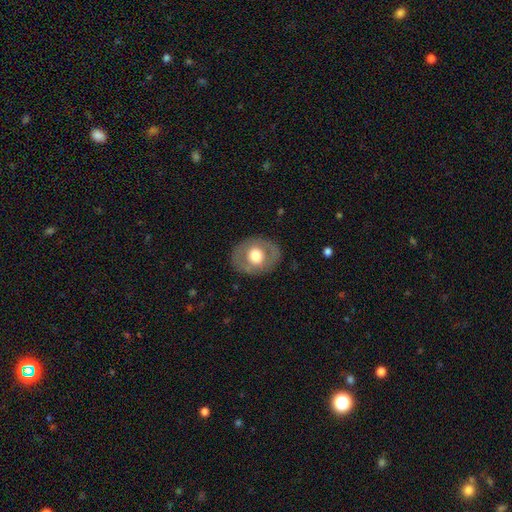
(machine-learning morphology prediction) smooth 52%, featured or disk 42%, star or artifact 6%. Down the decision tree: how rounded — round (59%); merging — none (83%).